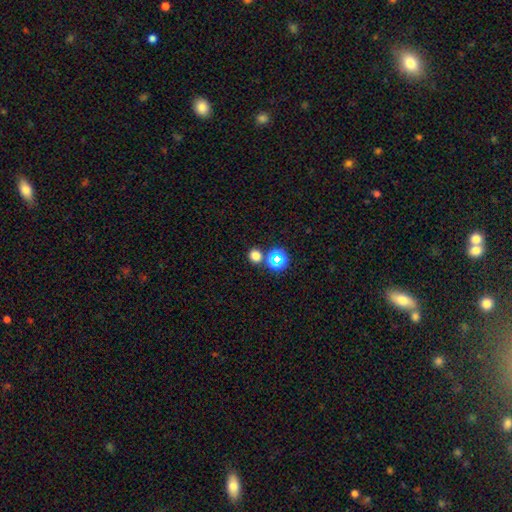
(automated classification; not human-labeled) Smooth or featured? smooth (72%)
How rounded? round (83%)
Merging? none (75%)